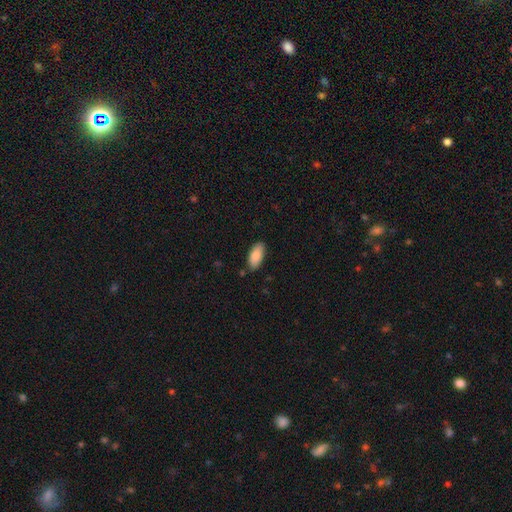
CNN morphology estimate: Smooth or featured?
  - smooth: 86% *
  - featured or disk: 8%
  - star or artifact: 6%
How rounded?
  - in between: 89% *
  - cigar-shaped: 9%
  - round: 2%
Merging?
  - none: 83% *
  - minor disturbance: 13%
  - major disturbance: 2%
  - merger: 2%